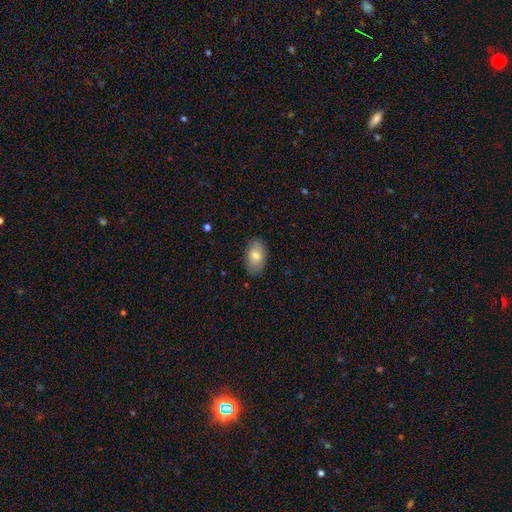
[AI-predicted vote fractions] This is likely a smooth galaxy (77%). How rounded: clearly in between (92%). Merging: clearly none (84%).